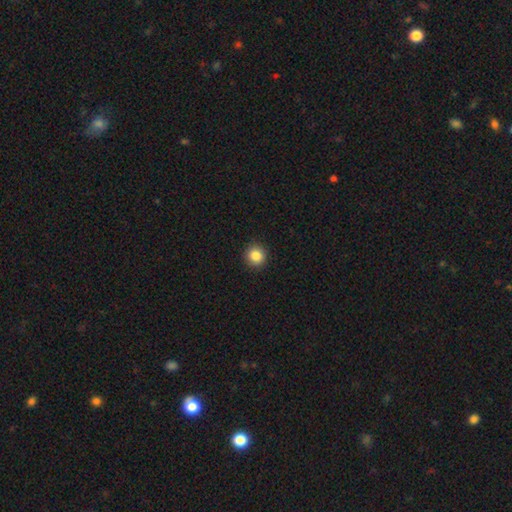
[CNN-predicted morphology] A smooth galaxy with no disk features (86%) that is round (94%).

Vote fractions:
- Smooth or featured? smooth: 86% / star or artifact: 10% / featured or disk: 4%
- How rounded? round: 94% / in between: 5% / cigar-shaped: 1%
- Merging? none: 93% / minor disturbance: 5% / major disturbance: 2% / merger: 1%